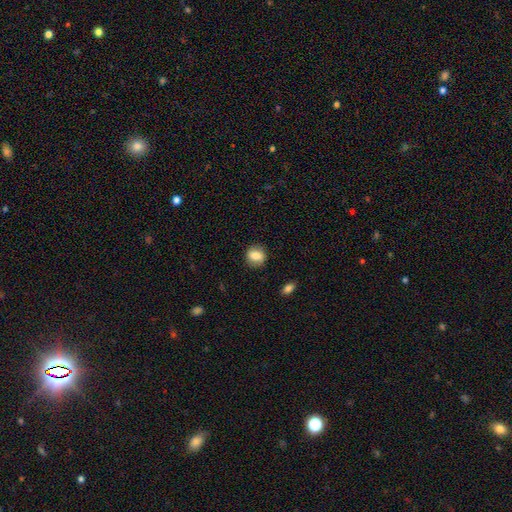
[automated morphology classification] This is clearly a smooth galaxy (81%). How rounded: likely round (65%). Merging: clearly none (85%).